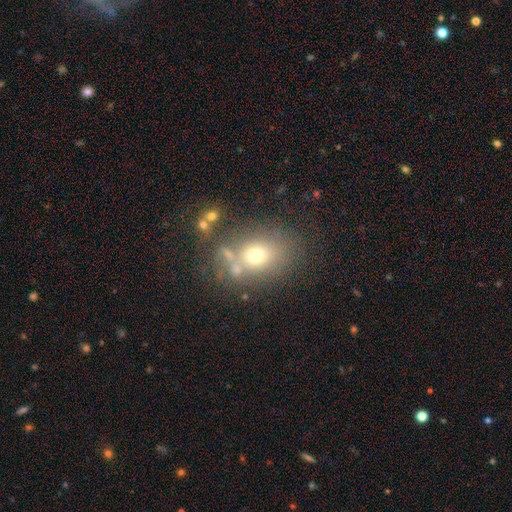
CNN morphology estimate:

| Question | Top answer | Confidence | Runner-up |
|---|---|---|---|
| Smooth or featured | smooth | 64% | featured or disk (19%) |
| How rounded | in between | 50% | round (49%) |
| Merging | none | 57% | merger (17%) |